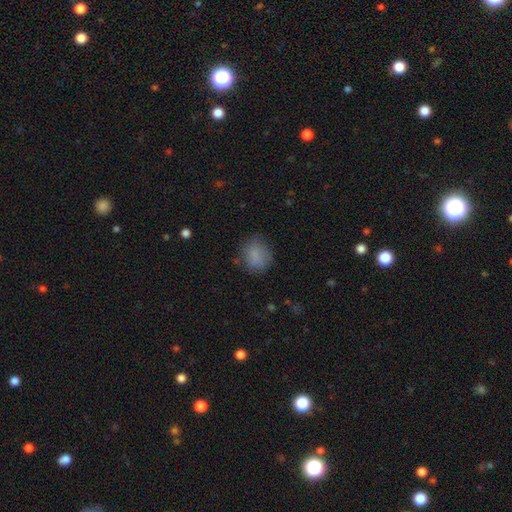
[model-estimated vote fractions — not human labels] This is clearly a smooth galaxy (80%). How rounded: likely round (70%). Merging: likely none (70%).